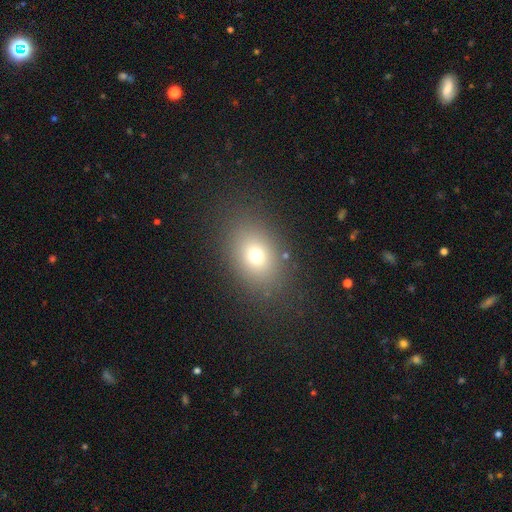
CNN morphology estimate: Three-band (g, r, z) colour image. It shows a smooth galaxy with no disk features (72%) that is in between round and cigar-shaped (67%). Merging: none (84%).